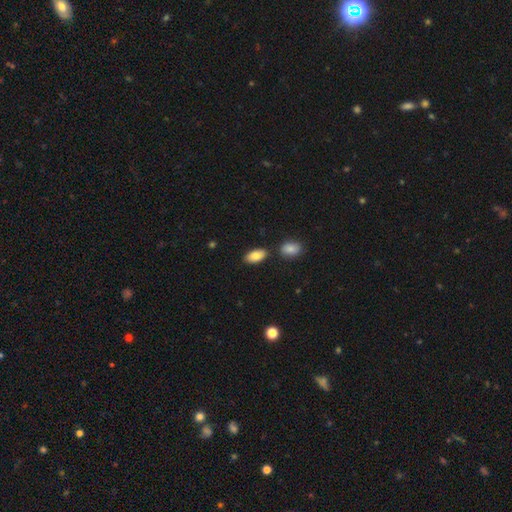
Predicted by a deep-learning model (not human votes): Morphology: type=smooth (84%); roundness=in between (93%); merging=none (80%).